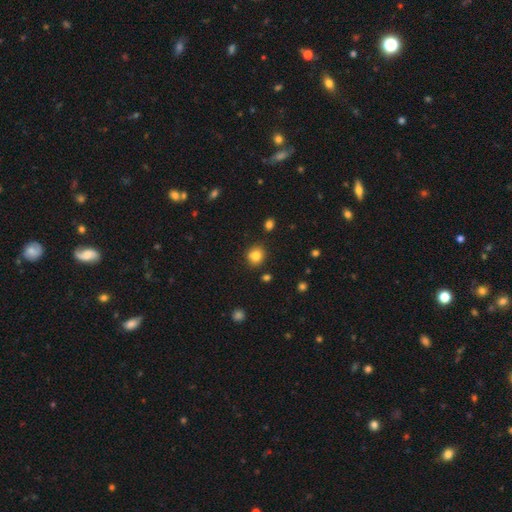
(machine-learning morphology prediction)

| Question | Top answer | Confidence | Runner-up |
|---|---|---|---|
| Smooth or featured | smooth | 82% | star or artifact (11%) |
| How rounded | round | 79% | in between (20%) |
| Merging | none | 83% | minor disturbance (11%) |